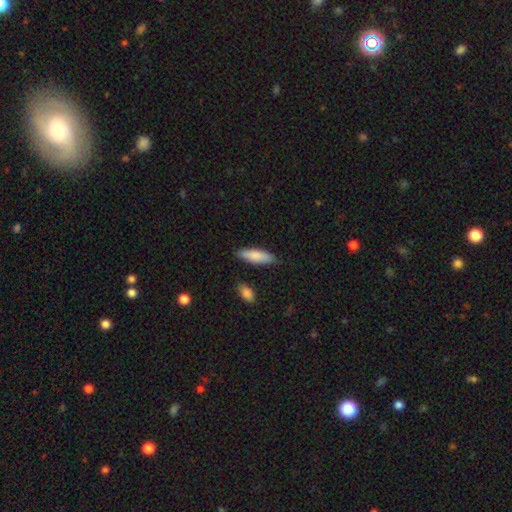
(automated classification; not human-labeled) Smooth or featured: smooth — 82% (featured or disk — 12%)
How rounded: cigar-shaped — 52% (in between — 46%)
Merging: none — 83% (minor disturbance — 12%)